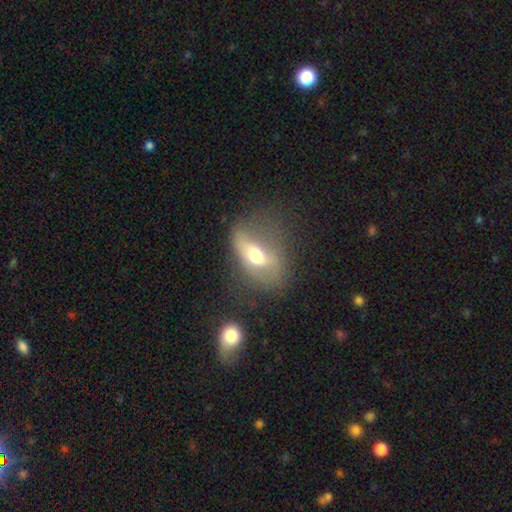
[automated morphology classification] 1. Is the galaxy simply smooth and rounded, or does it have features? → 45% smooth (tied), 45% featured or disk (tied), 10% star or artifact.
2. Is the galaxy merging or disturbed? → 43% none, 28% major disturbance, 25% minor disturbance, 4% merger.